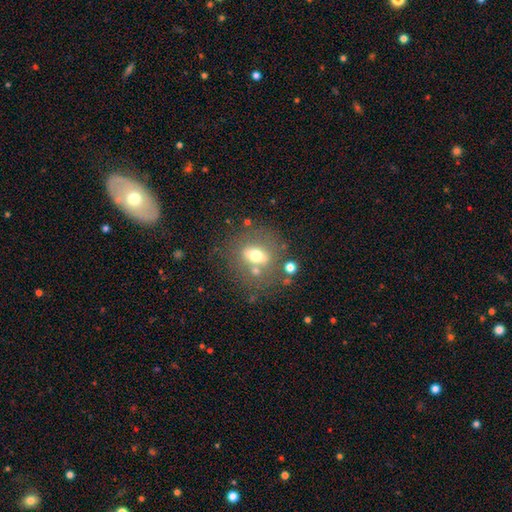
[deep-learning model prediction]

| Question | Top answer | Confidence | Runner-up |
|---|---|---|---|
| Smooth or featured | smooth | 51% | featured or disk (37%) |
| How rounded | round | 51% | in between (46%) |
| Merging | none | 63% | minor disturbance (15%) |